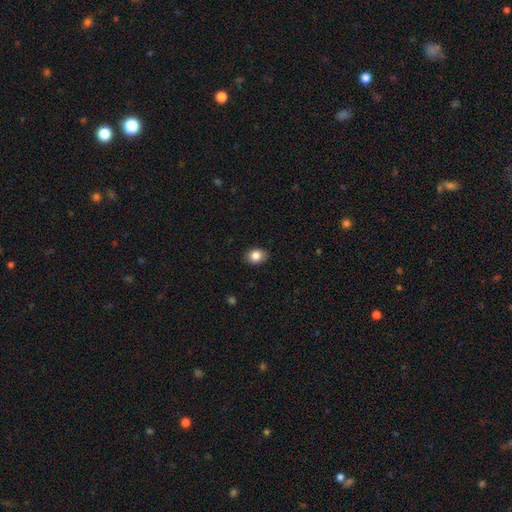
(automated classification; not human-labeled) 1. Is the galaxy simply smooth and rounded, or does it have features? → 85% smooth, 9% star or artifact, 6% featured or disk.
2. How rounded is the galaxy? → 50% in between, 49% round, 1% cigar-shaped.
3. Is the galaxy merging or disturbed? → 89% none, 8% minor disturbance, 2% major disturbance, 1% merger.